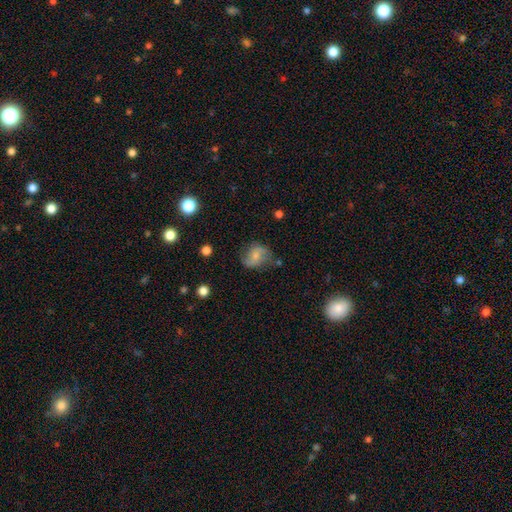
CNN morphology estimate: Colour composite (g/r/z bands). It shows a featured or disk galaxy (48%). Merging: none (65%).